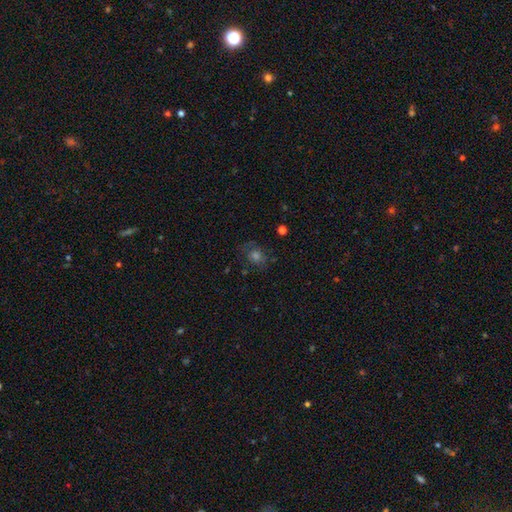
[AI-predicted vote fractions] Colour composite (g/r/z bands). It shows a smooth galaxy with no disk features (44%). Merging: none (69%).